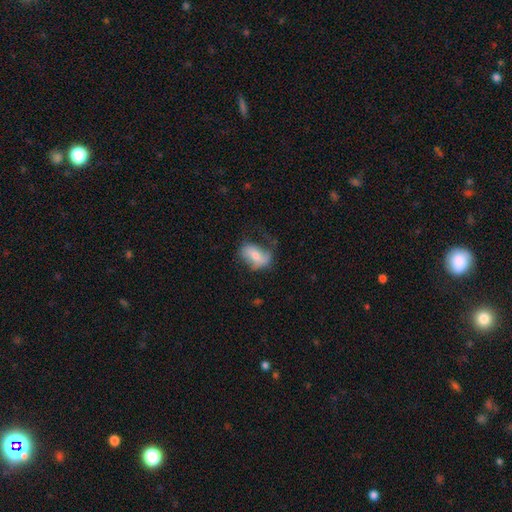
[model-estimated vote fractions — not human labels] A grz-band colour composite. It shows a smooth galaxy with no disk features (57%) that is in between round and cigar-shaped (87%). Merging: none (44%).